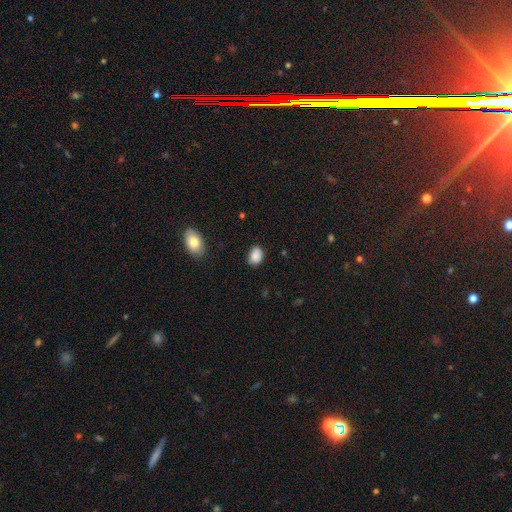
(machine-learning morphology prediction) Q: Smooth or featured?
A: smooth (87%); runner-up: star or artifact (8%)
Q: How rounded?
A: in between (75%); runner-up: round (24%)
Q: Merging?
A: none (75%); runner-up: minor disturbance (20%)